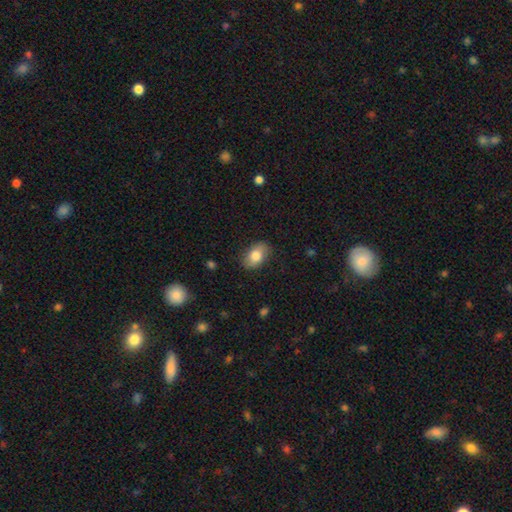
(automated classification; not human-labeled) Overall: smooth (78%). How rounded: in between (88%). Merging: none (82%).